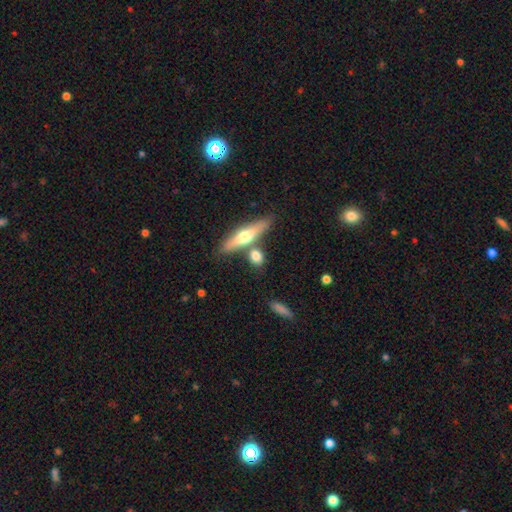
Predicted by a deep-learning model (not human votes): A smooth galaxy with no disk features (65%) that is cigar-shaped (36%).

Vote fractions:
- Smooth or featured? smooth: 65% / featured or disk: 28% / star or artifact: 7%
- How rounded? cigar-shaped: 36% / in between: 33% / round: 31%
- Merging? none: 62% / merger: 23% / minor disturbance: 11% / major disturbance: 4%